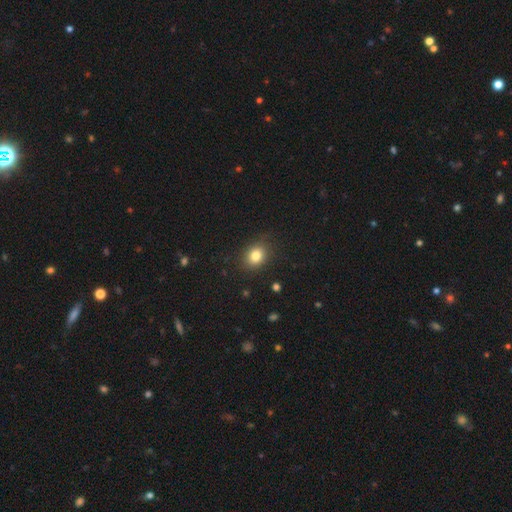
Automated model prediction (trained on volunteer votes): Smooth or featured? Predicted: smooth (p=0.82). How rounded? Predicted: round (p=0.53). Merging? Predicted: none (p=0.83).